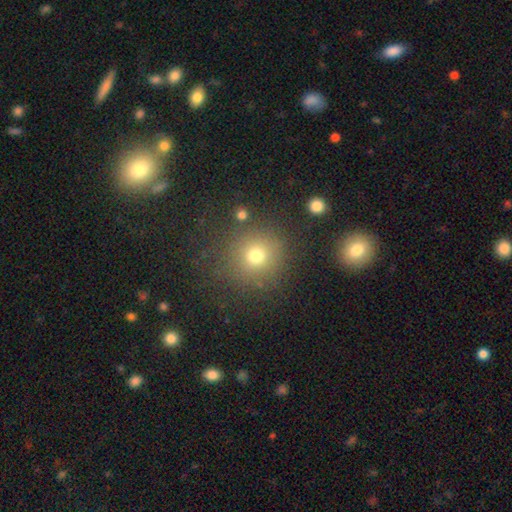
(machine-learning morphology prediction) Overall: smooth (72%). How rounded: round (92%). Merging: none (82%).